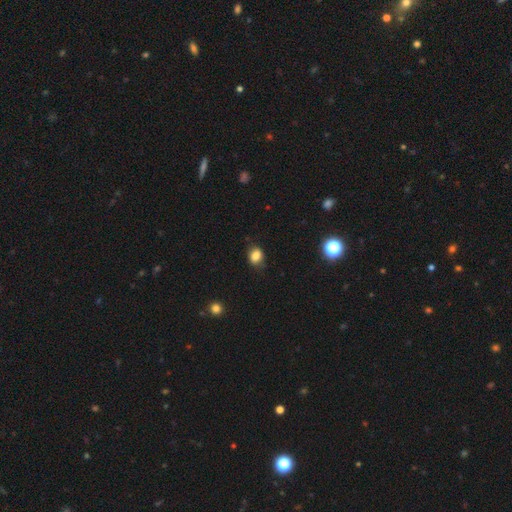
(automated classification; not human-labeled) Q: Smooth or featured?
A: smooth (84%); runner-up: star or artifact (11%)
Q: How rounded?
A: in between (54%); runner-up: round (45%)
Q: Merging?
A: none (75%); runner-up: minor disturbance (19%)